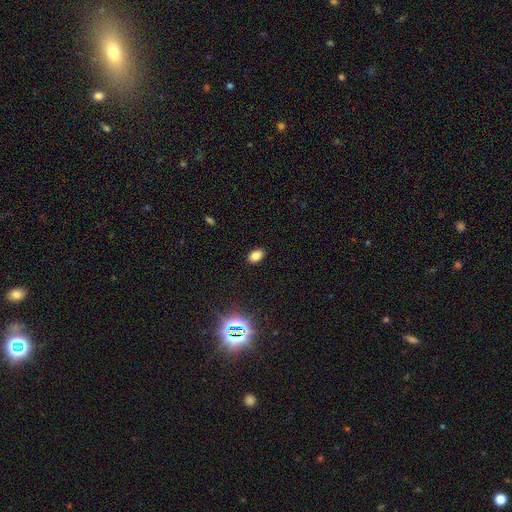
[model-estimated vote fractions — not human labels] This is likely a smooth galaxy (80%). How rounded: clearly in between (86%). Merging: clearly none (89%).